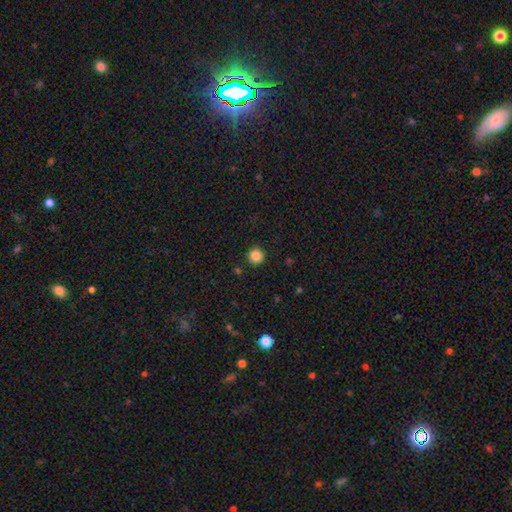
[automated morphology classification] A smooth galaxy with no disk features (85%) that is round (96%). Merging: none (92%).